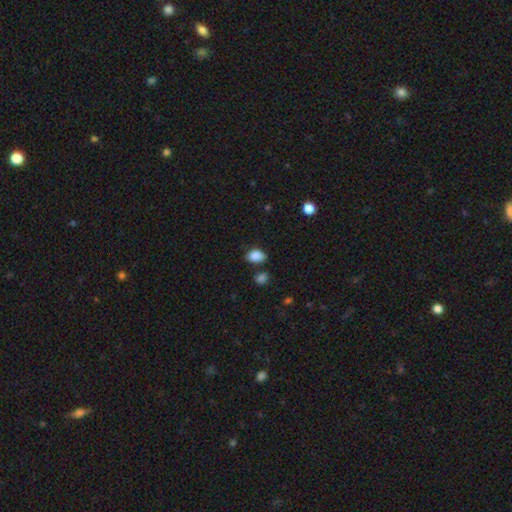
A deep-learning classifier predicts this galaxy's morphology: smooth 87%, star or artifact 9%, featured or disk 4%. Down the decision tree: how rounded — in between (81%); merging — none (68%).